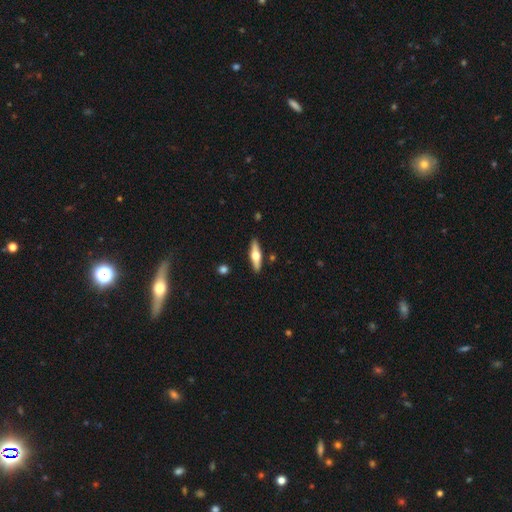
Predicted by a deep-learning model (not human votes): Smooth or featured: featured or disk — 57% (smooth — 38%)
Edge-on disk: yes — 94% (no — 6%)
Edge-on bulge: rounded — 95% (boxy — 3%)
Merging: none — 89% (minor disturbance — 7%)